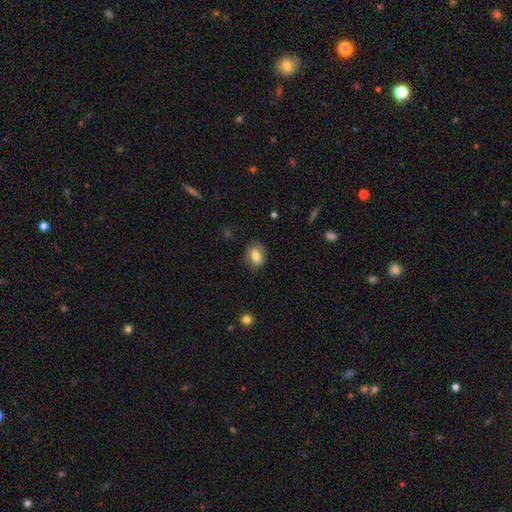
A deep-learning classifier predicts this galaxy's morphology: Smooth or featured? Predicted: smooth (p=0.71). How rounded? Predicted: in between (p=0.75). Merging? Predicted: none (p=0.71).